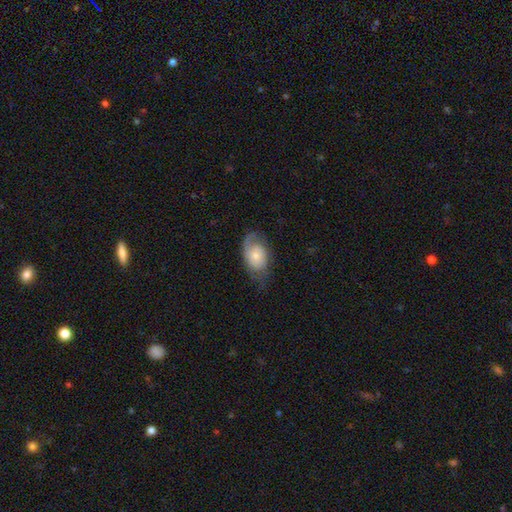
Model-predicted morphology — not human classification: The model was most divided on "smooth or featured": featured or disk: 49%, smooth: 45%, star or artifact: 7%. More confident: merging — none (51%).